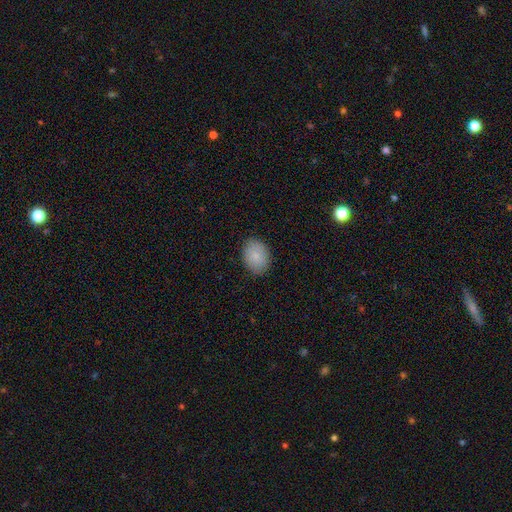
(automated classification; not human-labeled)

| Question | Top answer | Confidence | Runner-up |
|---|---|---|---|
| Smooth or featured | smooth | 86% | star or artifact (7%) |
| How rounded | in between | 70% | round (29%) |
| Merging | none | 86% | minor disturbance (11%) |